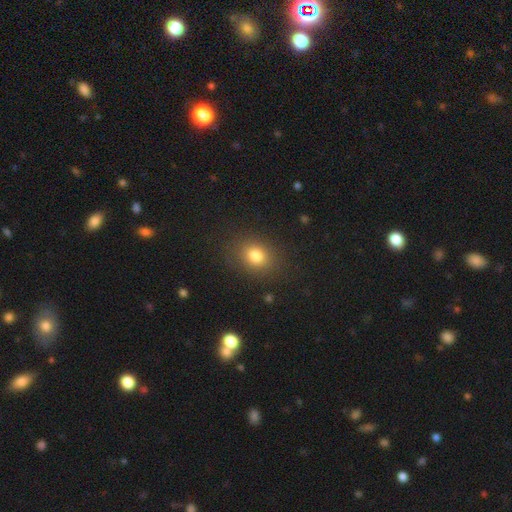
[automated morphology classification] Smooth or featured? Predicted: smooth (p=0.80). How rounded? Predicted: round (p=0.52). Merging? Predicted: none (p=0.85).